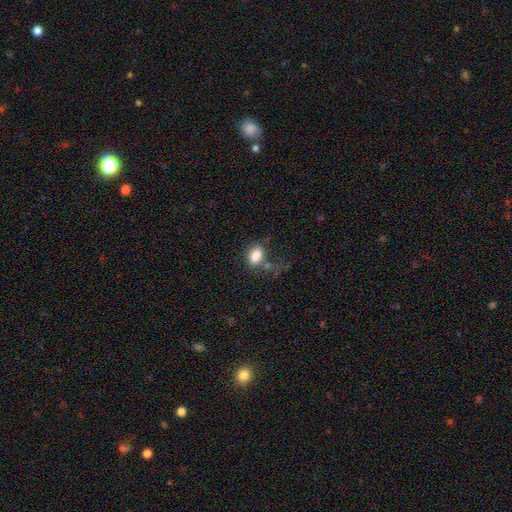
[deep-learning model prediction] Q: Smooth or featured?
A: smooth (84%); runner-up: star or artifact (9%)
Q: How rounded?
A: in between (83%); runner-up: round (15%)
Q: Merging?
A: none (53%); runner-up: minor disturbance (20%)